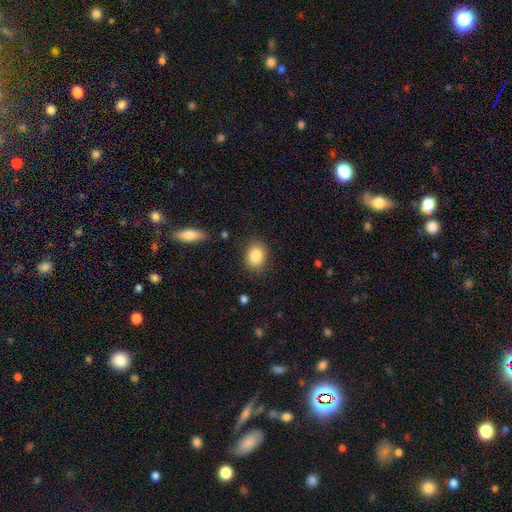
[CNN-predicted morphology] Smooth or featured?
  - smooth: 85% *
  - star or artifact: 8%
  - featured or disk: 7%
How rounded?
  - in between: 57% *
  - round: 41%
  - cigar-shaped: 1%
Merging?
  - none: 84% *
  - minor disturbance: 11%
  - major disturbance: 3%
  - merger: 2%